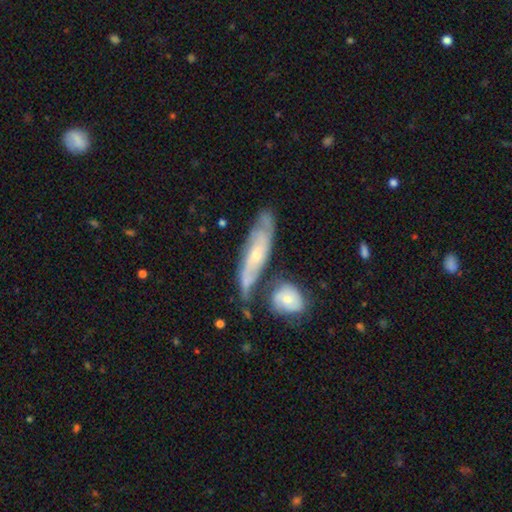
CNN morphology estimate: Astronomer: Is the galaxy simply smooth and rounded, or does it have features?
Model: featured or disk — 73%.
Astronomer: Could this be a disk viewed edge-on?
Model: no — 76%.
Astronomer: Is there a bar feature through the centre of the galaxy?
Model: no — 63%.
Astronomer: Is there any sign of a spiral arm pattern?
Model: yes — 88%.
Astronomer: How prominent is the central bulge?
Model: small — 57% (runner-up: moderate, 38%).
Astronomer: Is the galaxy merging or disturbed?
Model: none — 54%.